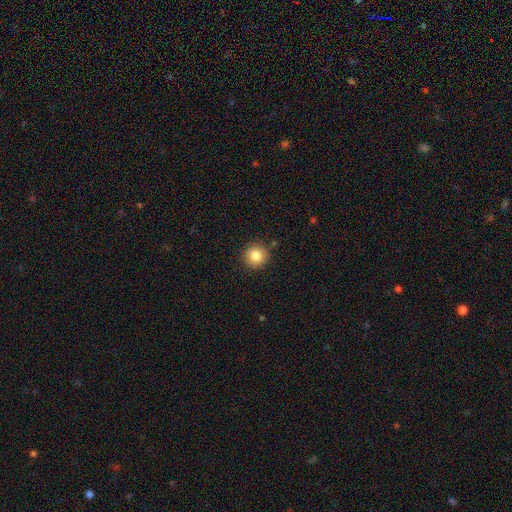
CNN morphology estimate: smooth-or-featured: smooth: 83% | star or artifact: 10% | featured or disk: 7%
  how-rounded: round: 95% | in between: 4% | cigar-shaped: 1%
  merging: none: 91% | minor disturbance: 6% | major disturbance: 2% | merger: 2%